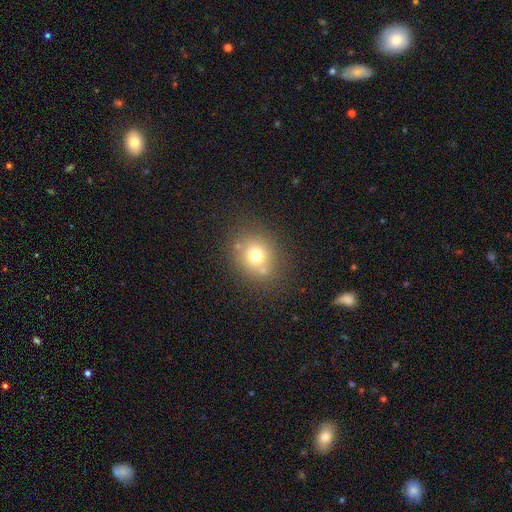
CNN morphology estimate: Smooth or featured? smooth (70%)
How rounded? round (77%)
Merging? none (72%)